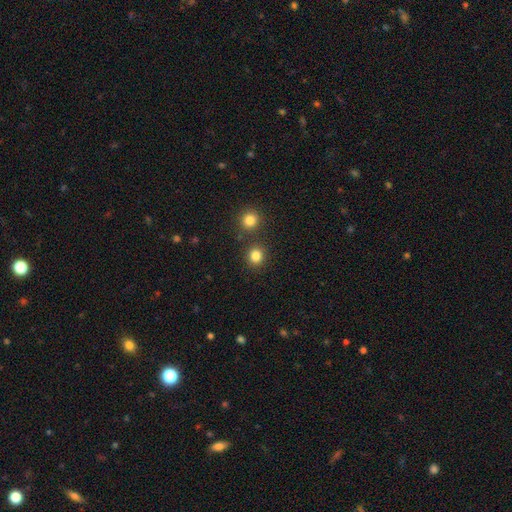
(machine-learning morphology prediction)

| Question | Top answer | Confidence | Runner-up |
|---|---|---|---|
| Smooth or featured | smooth | 82% | star or artifact (13%) |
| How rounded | round | 86% | in between (13%) |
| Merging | none | 83% | merger (8%) |